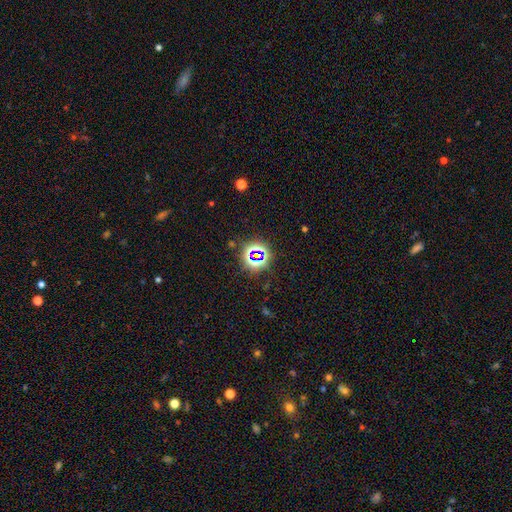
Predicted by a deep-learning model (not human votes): The model was most divided on "smooth or featured": star or artifact: 71%, smooth: 19%, featured or disk: 10%.